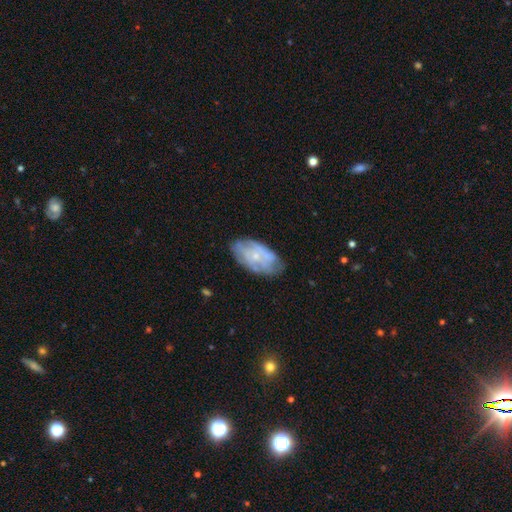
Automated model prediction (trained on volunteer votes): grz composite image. It shows a featured or disk galaxy (62%) with no bar (82%), spiral arms (55%) and a small central bulge (72%). Merging: none (65%).